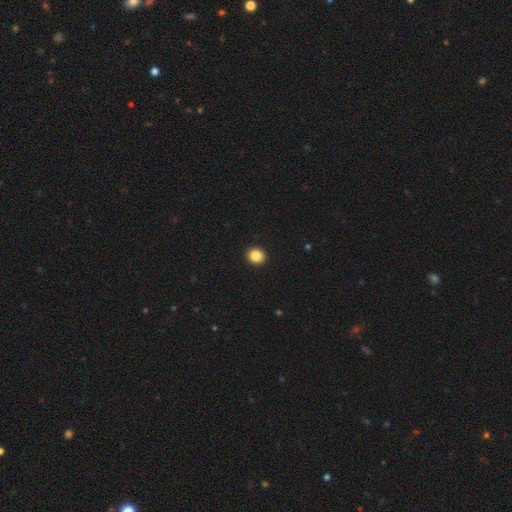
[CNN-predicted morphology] A smooth galaxy with no disk features (86%) that is round (82%). Merging: none (94%).